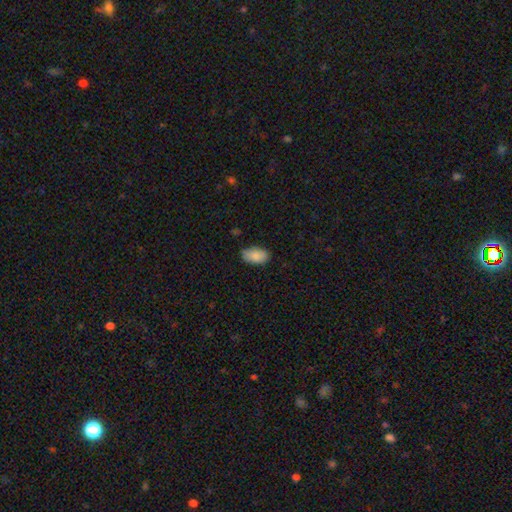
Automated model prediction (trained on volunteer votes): Smooth or featured? smooth (89%)
How rounded? in between (94%)
Merging? none (79%)